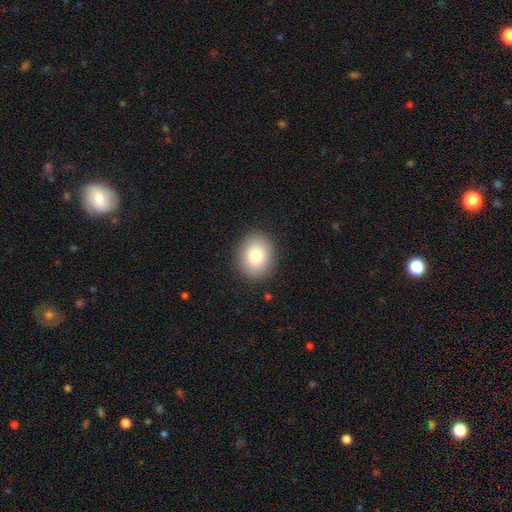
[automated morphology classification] type=smooth (82%); roundness=round (52%); merging=none (89%).